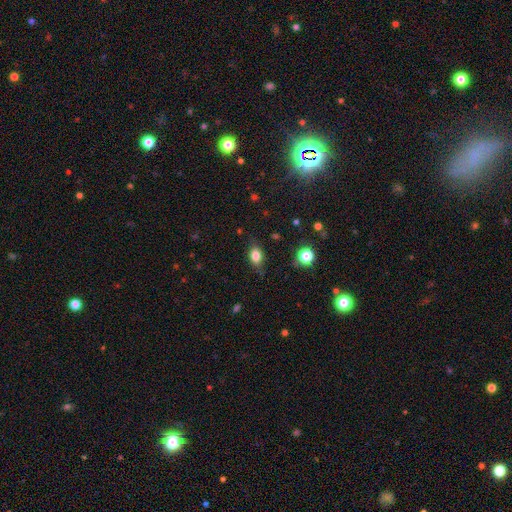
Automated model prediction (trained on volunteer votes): smooth 80%, featured or disk 10%, star or artifact 10%. Down the decision tree: how rounded — in between (78%); merging — none (77%).